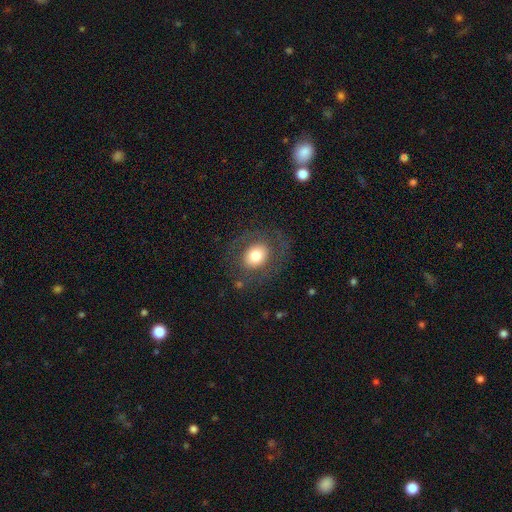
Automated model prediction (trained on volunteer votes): Q: Smooth or featured?
A: smooth (66%); runner-up: featured or disk (25%)
Q: How rounded?
A: round (52%); runner-up: in between (47%)
Q: Merging?
A: none (77%); runner-up: minor disturbance (12%)